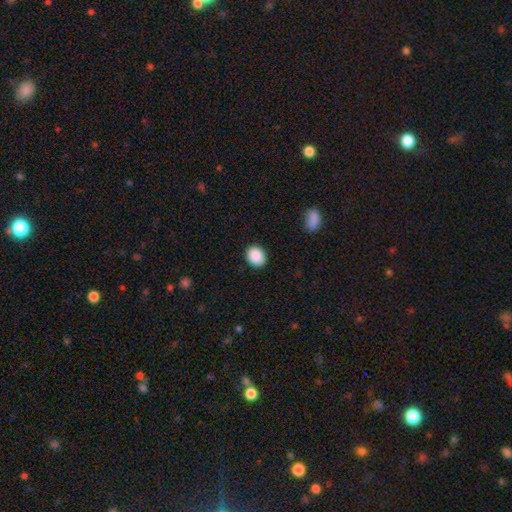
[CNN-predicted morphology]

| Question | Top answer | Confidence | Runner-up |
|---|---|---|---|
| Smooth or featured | smooth | 90% | star or artifact (8%) |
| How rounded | round | 52% | in between (47%) |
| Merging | none | 90% | minor disturbance (7%) |